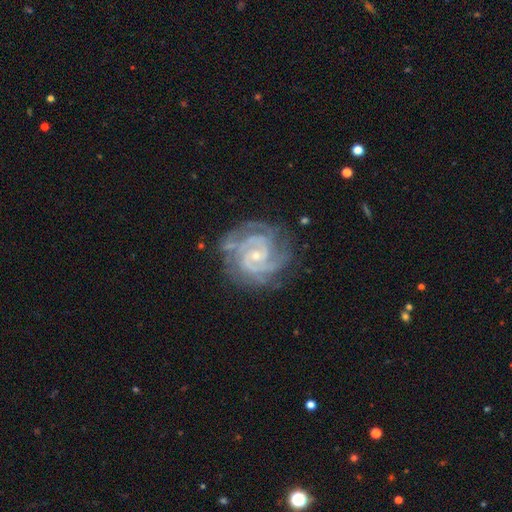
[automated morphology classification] The model was most divided on "spiral arm count": 2: 34%, 3: 29%, 4: 13%, can't tell: 13%, more than 4: 6%, 1: 5%. More confident: spiral arms — yes (98%); edge-on disk — no (98%); smooth or featured — featured or disk (91%); merging — none (75%); bulge size — small (74%); spiral winding — tight (69%); bar — no (61%).